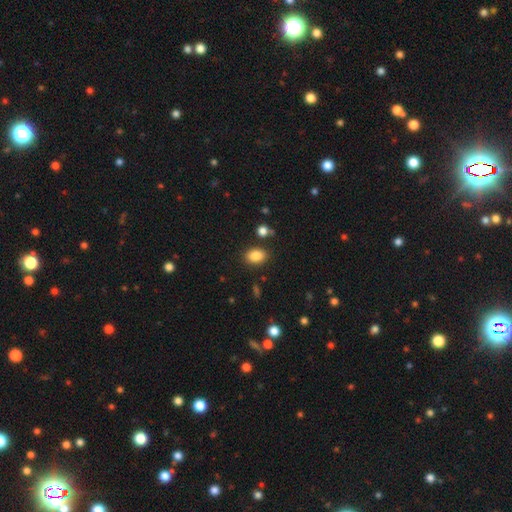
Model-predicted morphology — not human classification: type=smooth (86%); roundness=in between (80%); merging=none (84%).